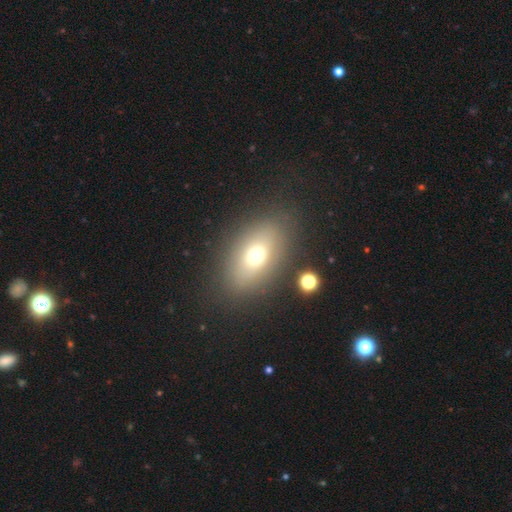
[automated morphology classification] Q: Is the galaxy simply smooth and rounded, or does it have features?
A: smooth — 65%.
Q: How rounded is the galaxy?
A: in between — 82%.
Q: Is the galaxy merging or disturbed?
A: none — 82%.